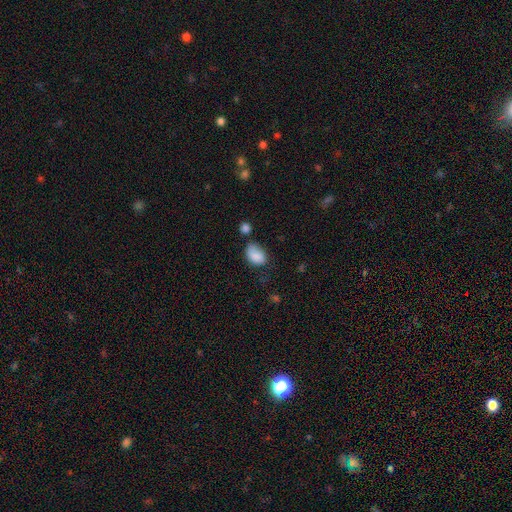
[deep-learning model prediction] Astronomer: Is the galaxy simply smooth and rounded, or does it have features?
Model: smooth — 84%.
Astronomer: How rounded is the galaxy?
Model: in between — 81%.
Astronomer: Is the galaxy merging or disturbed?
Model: none — 46% (runner-up: minor disturbance, 32%).